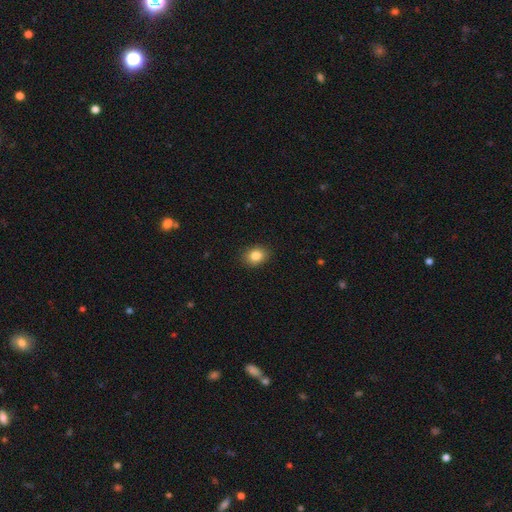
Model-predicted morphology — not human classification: This is clearly a smooth galaxy (84%). How rounded: possibly in between (57%). Merging: clearly none (89%).